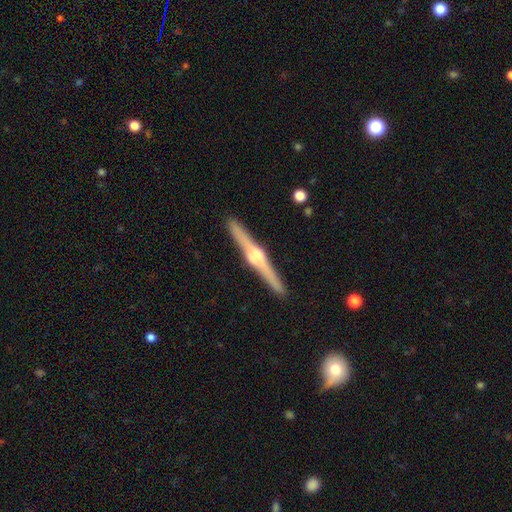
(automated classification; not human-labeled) Smooth or featured: featured or disk — 83% (smooth — 12%)
Edge-on disk: yes — 98% (no — 2%)
Edge-on bulge: rounded — 92% (boxy — 5%)
Merging: none — 92% (minor disturbance — 6%)